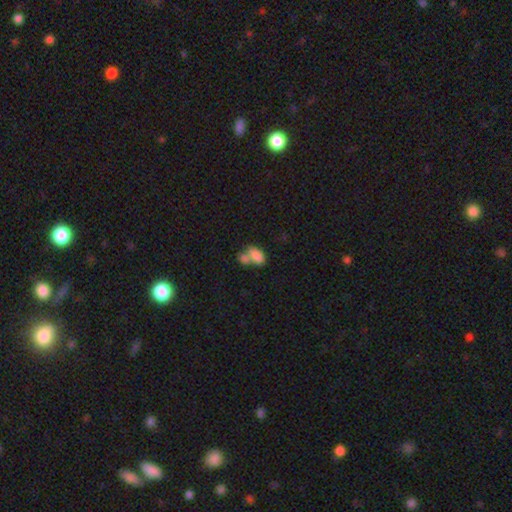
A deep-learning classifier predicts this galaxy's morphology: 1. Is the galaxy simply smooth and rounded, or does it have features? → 81% smooth, 10% featured or disk, 8% star or artifact.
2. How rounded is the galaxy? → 91% in between, 7% round, 2% cigar-shaped.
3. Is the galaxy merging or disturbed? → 60% merger, 26% none, 9% minor disturbance, 5% major disturbance.